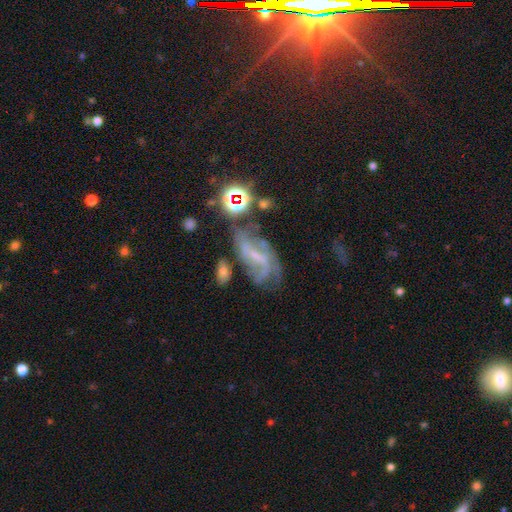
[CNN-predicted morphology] This appears to be a featured or disk galaxy (69%) with a weak bar (43%), 2 (39%) medium (41%) spiral arms (83%) and a small central bulge (57%). Merging: none (43%).